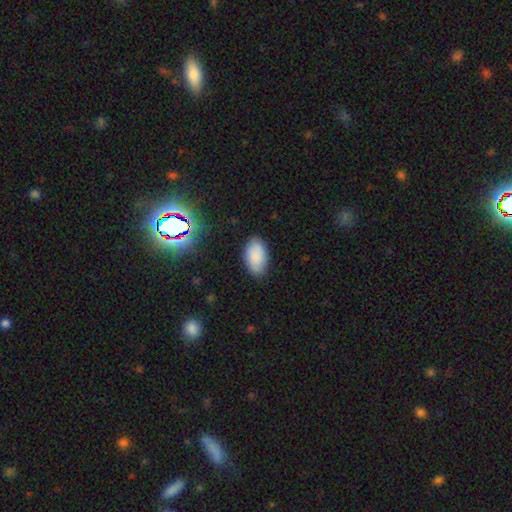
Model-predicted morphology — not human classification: Smooth or featured?
  - smooth: 86% *
  - star or artifact: 8%
  - featured or disk: 6%
How rounded?
  - in between: 94% *
  - round: 4%
  - cigar-shaped: 1%
Merging?
  - none: 83% *
  - minor disturbance: 13%
  - major disturbance: 3%
  - merger: 1%